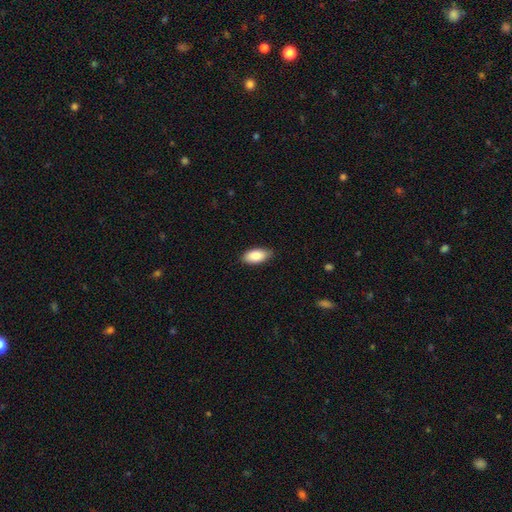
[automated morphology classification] Q: Smooth or featured?
A: smooth (88%); runner-up: featured or disk (6%)
Q: How rounded?
A: in between (92%); runner-up: cigar-shaped (5%)
Q: Merging?
A: none (84%); runner-up: minor disturbance (13%)